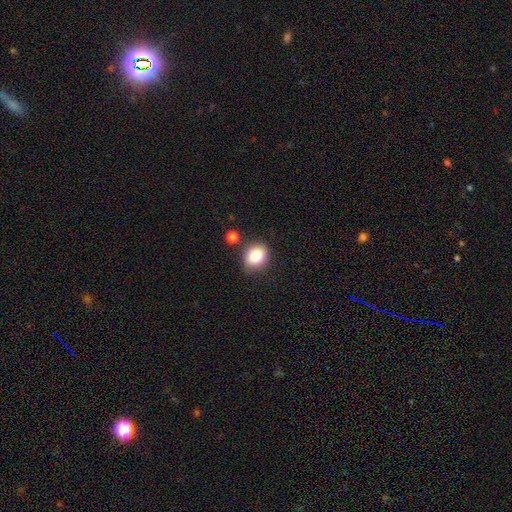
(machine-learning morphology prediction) smooth_or_featured: smooth (p=0.84) [alt: star or artifact p=0.09]
how_rounded: round (p=0.60) [alt: in between p=0.39]
merging: none (p=0.77) [alt: minor disturbance p=0.13]